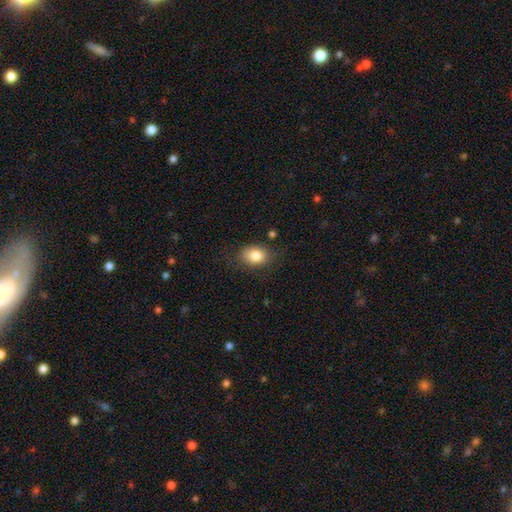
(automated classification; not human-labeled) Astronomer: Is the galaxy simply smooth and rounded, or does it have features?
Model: smooth — 82%.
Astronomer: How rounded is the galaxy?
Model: in between — 68%.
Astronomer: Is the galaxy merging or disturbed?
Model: none — 78%.